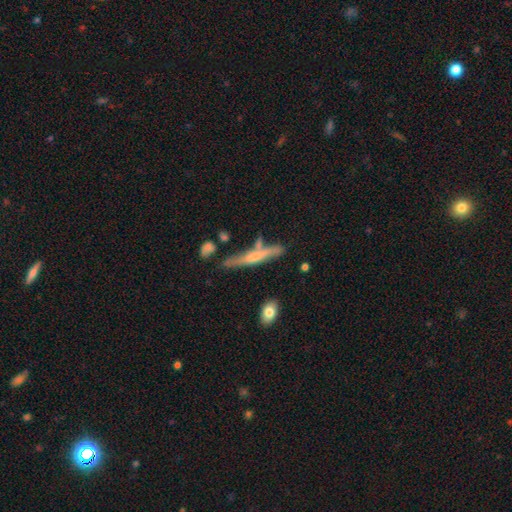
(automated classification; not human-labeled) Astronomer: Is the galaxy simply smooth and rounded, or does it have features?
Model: featured or disk — 49% (runner-up: smooth, 44%).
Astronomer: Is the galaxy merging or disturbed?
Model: none — 68%.